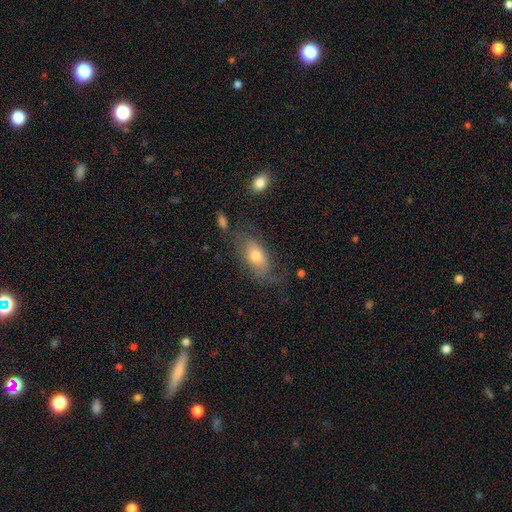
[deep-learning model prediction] Smooth or featured: smooth — 58% (featured or disk — 34%)
How rounded: in between — 88% (round — 6%)
Merging: none — 55% (minor disturbance — 24%)